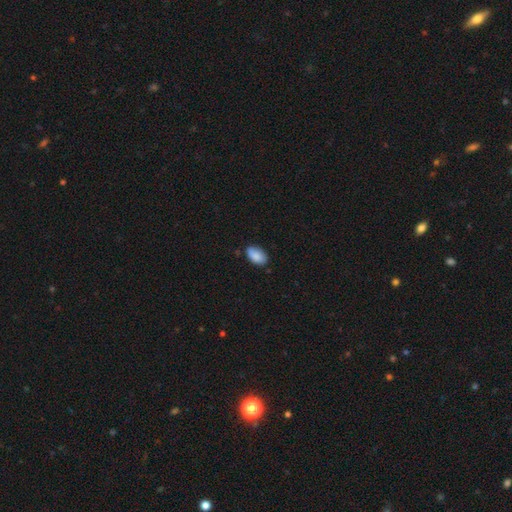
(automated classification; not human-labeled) A smooth galaxy with no disk features (87%) that is in between round and cigar-shaped (94%).

Vote fractions:
- Smooth or featured? smooth: 87% / star or artifact: 7% / featured or disk: 6%
- How rounded? in between: 94% / round: 4% / cigar-shaped: 2%
- Merging? none: 77% / minor disturbance: 18% / major disturbance: 3% / merger: 2%